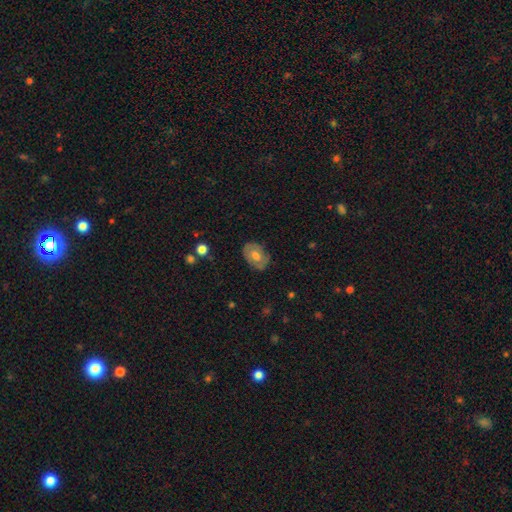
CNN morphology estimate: Smooth or featured: smooth — 48% (featured or disk — 46%)
Merging: none — 76% (minor disturbance — 18%)